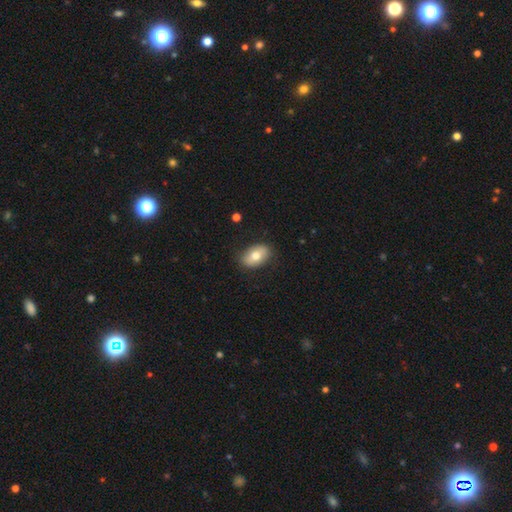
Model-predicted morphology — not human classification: A smooth galaxy with no disk features (74%) that is in between round and cigar-shaped (88%).

Vote fractions:
- Smooth or featured? smooth: 74% / featured or disk: 20% / star or artifact: 7%
- How rounded? in between: 88% / round: 10% / cigar-shaped: 1%
- Merging? none: 84% / minor disturbance: 12% / major disturbance: 3% / merger: 1%